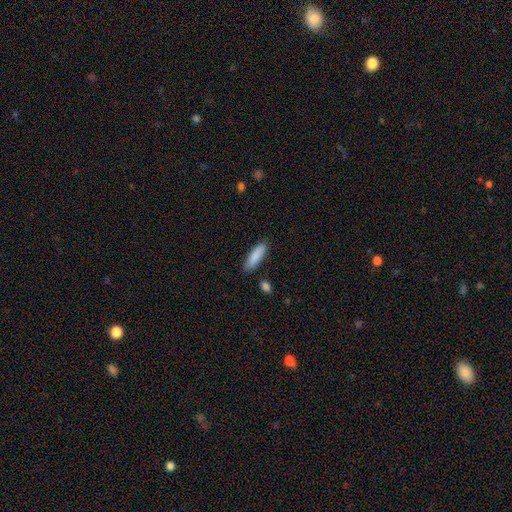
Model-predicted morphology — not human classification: smooth_or_featured: smooth (p=0.88) [alt: featured or disk p=0.06]
how_rounded: cigar-shaped (p=0.56) [alt: in between p=0.42]
merging: none (p=0.84) [alt: minor disturbance p=0.11]